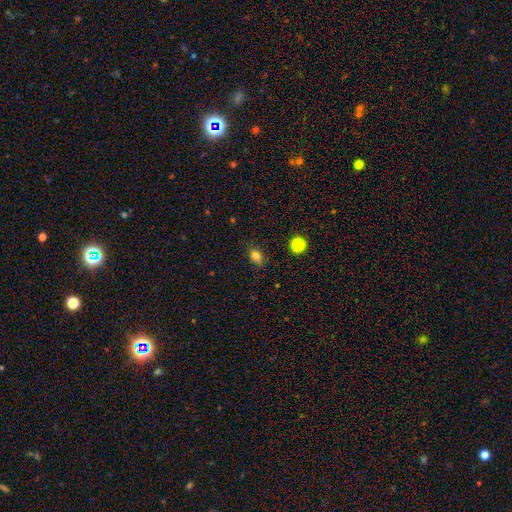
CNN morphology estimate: The model was most divided on "how rounded": in between: 70%, round: 28%, cigar-shaped: 2%. More confident: merging — none (82%); smooth or featured — smooth (79%).